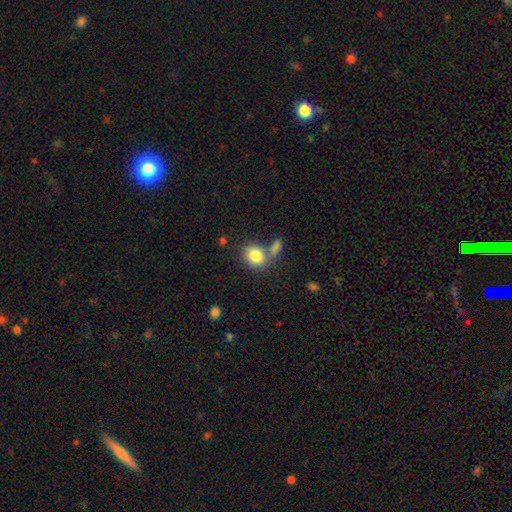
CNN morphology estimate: This is clearly a smooth galaxy (84%). How rounded: possibly round (52%). Merging: possibly none (54%).